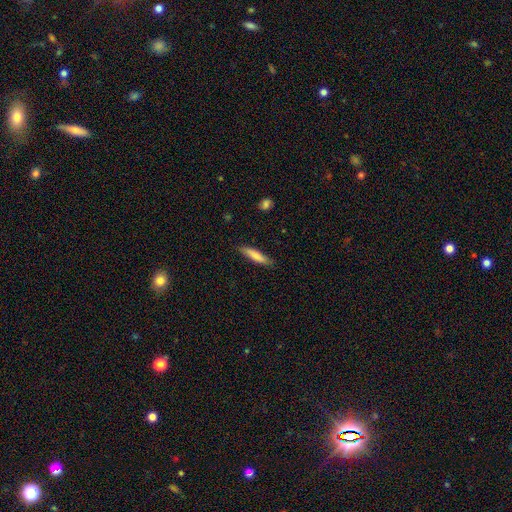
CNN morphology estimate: Smooth or featured: smooth — 80% (featured or disk — 15%)
How rounded: cigar-shaped — 81% (in between — 18%)
Merging: none — 84% (minor disturbance — 13%)